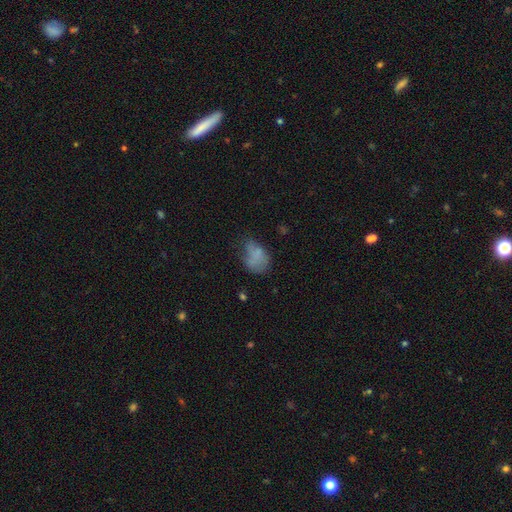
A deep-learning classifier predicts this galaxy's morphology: type=smooth (65%); roundness=in between (78%); merging=none (32%, tied with minor disturbance).